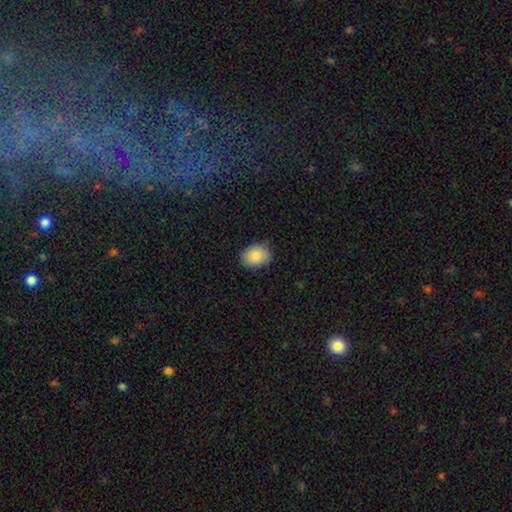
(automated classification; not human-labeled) smooth-or-featured: smooth: 85% | star or artifact: 7% | featured or disk: 7%
  how-rounded: in between: 60% | round: 39% | cigar-shaped: 1%
  merging: none: 82% | minor disturbance: 15% | major disturbance: 2% | merger: 1%